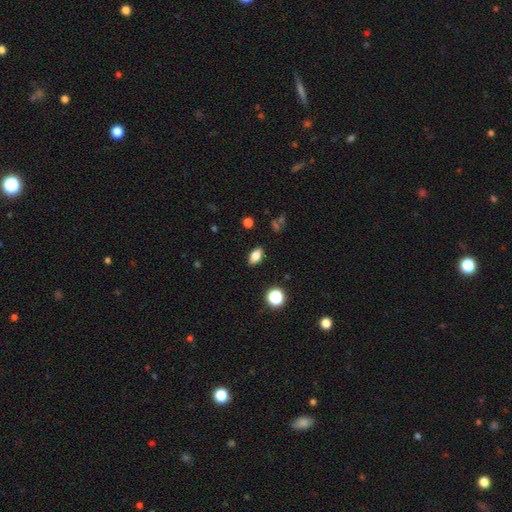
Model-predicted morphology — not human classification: smooth 80%, star or artifact 10%, featured or disk 10%. Down the decision tree: how rounded — in between (85%); merging — none (88%).